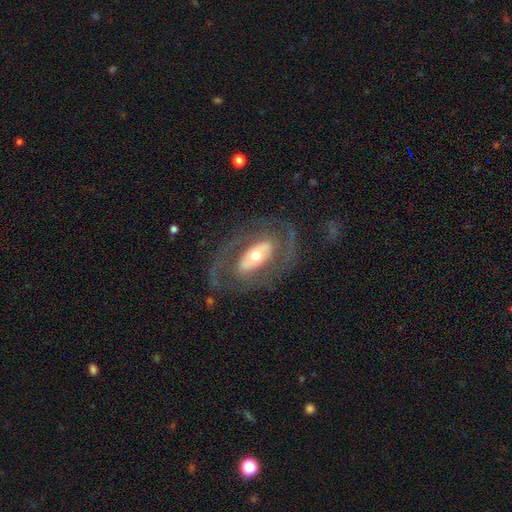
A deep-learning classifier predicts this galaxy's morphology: This is likely a featured or disk galaxy (78%). It is clearly not viewed edge-on (92%). Bar: possibly no (47%). Spiral arm pattern: likely yes (65%). Central bulge: likely moderate (62%). Merging: likely none (72%).